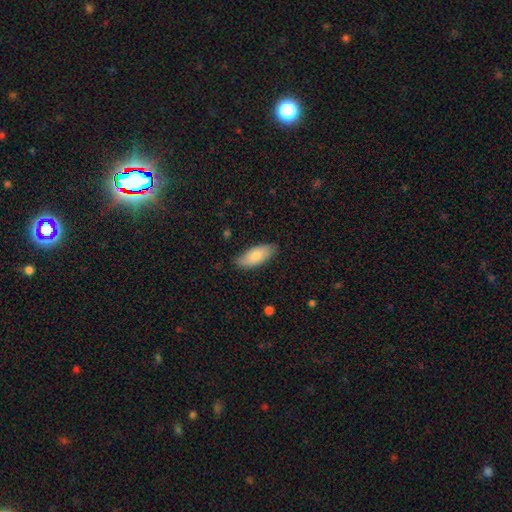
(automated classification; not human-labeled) Smooth or featured: smooth — 79% (featured or disk — 15%)
How rounded: in between — 86% (cigar-shaped — 12%)
Merging: none — 81% (minor disturbance — 15%)